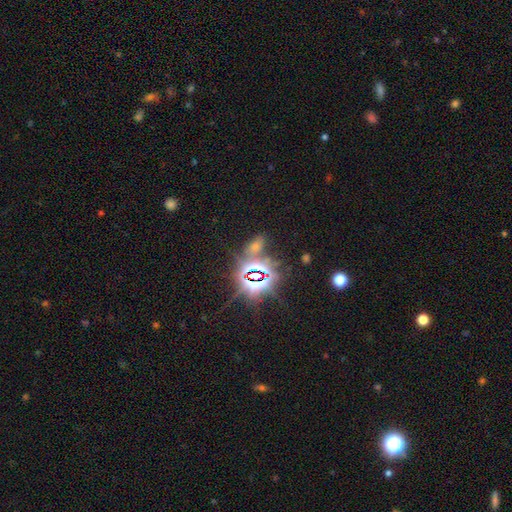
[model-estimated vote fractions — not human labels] Smooth or featured? Predicted: star or artifact (p=0.80).